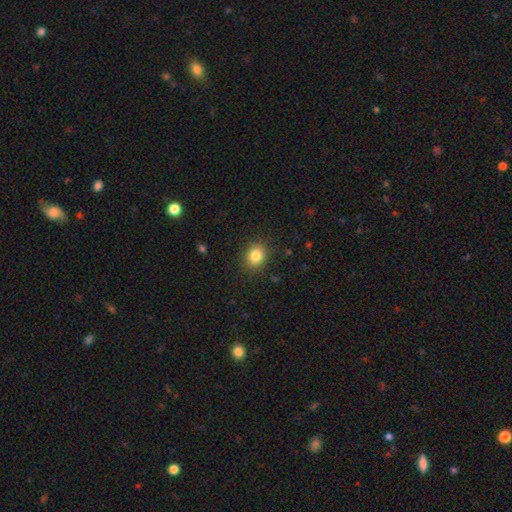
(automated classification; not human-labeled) This appears to be a smooth galaxy with no disk features (83%) that is round (61%). Merging: none (88%).